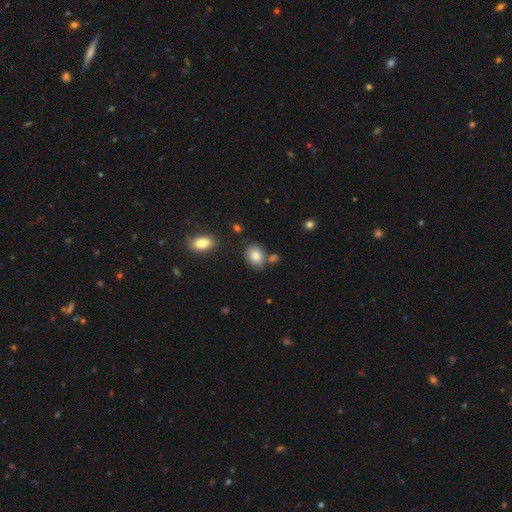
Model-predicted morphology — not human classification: type=smooth (84%); roundness=in between (60%); merging=none (69%).